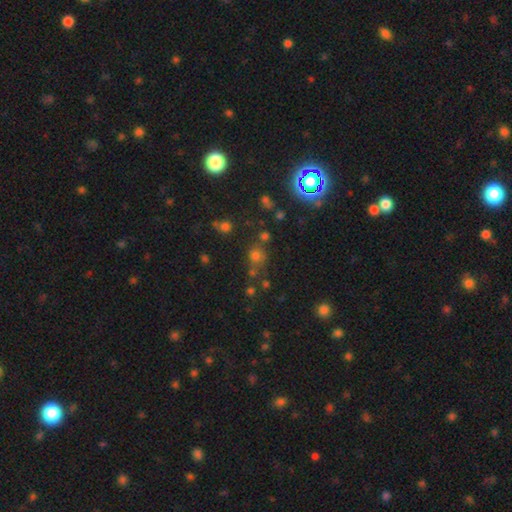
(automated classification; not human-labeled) Morphology: type=smooth (58%); roundness=round (81%); merging=none (64%).